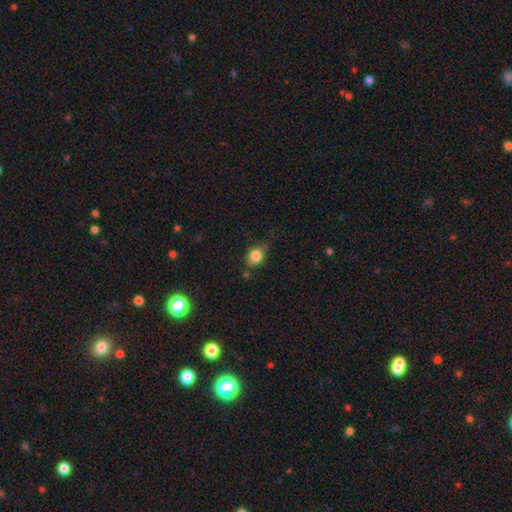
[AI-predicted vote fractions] Smooth or featured? Predicted: smooth (p=0.83). How rounded? Predicted: in between (p=0.56). Merging? Predicted: none (p=0.62).